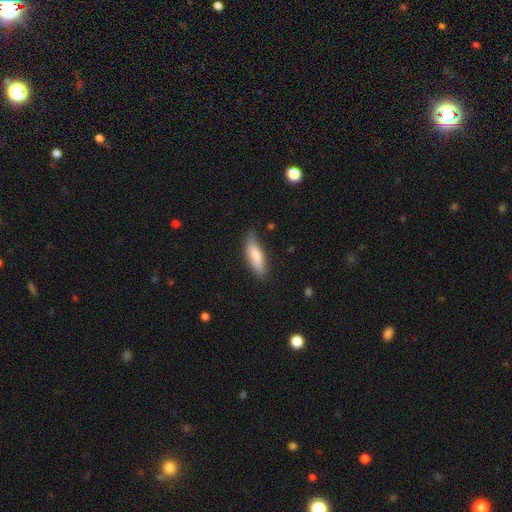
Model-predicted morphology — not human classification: Q: Smooth or featured?
A: smooth (77%); runner-up: featured or disk (17%)
Q: How rounded?
A: cigar-shaped (51%); runner-up: in between (47%)
Q: Merging?
A: none (77%); runner-up: minor disturbance (18%)